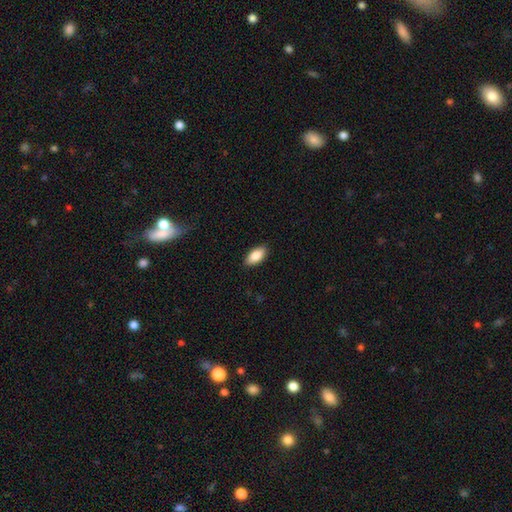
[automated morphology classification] A smooth galaxy with no disk features (87%) that is in between round and cigar-shaped (92%).

Vote fractions:
- Smooth or featured? smooth: 87% / star or artifact: 6% / featured or disk: 6%
- How rounded? in between: 92% / cigar-shaped: 5% / round: 3%
- Merging? none: 89% / minor disturbance: 8% / major disturbance: 2% / merger: 1%